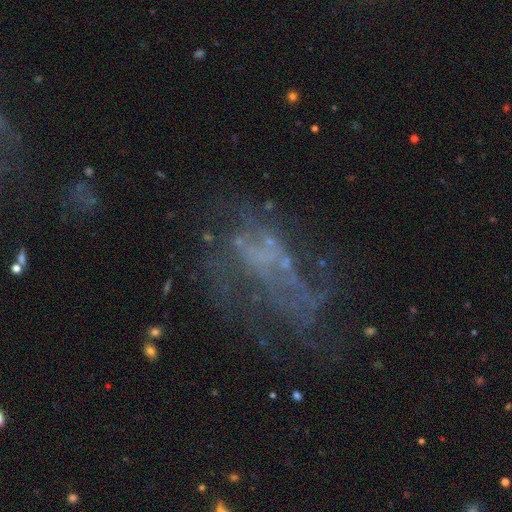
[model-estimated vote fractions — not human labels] This is likely a featured or disk galaxy (61%). It is clearly not viewed edge-on (96%). Bar: likely no (80%). Spiral arm pattern: likely no (74%). Central bulge: likely none (70%). Merging: marginally none (40%).